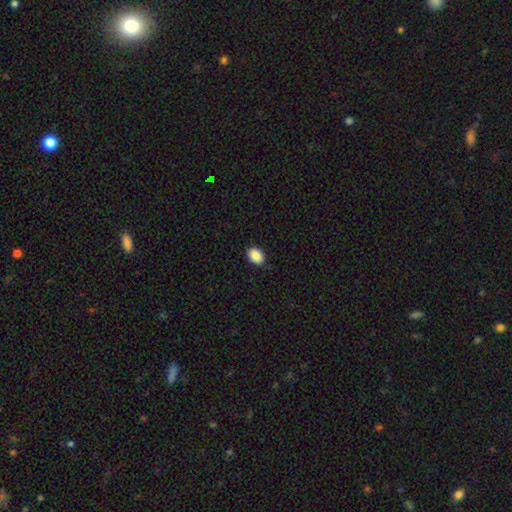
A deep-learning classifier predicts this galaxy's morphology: A smooth galaxy with no disk features (90%) that is in between round and cigar-shaped (80%).

Vote fractions:
- Smooth or featured? smooth: 90% / star or artifact: 8% / featured or disk: 3%
- How rounded? in between: 80% / round: 19% / cigar-shaped: 1%
- Merging? none: 88% / minor disturbance: 10% / major disturbance: 2% / merger: 1%